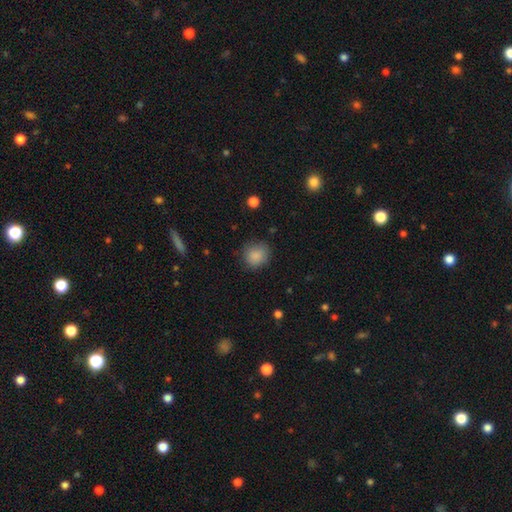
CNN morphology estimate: smooth-or-featured: smooth: 87% | star or artifact: 9% | featured or disk: 4%
  how-rounded: round: 82% | in between: 17% | cigar-shaped: 1%
  merging: none: 80% | minor disturbance: 14% | major disturbance: 4% | merger: 1%